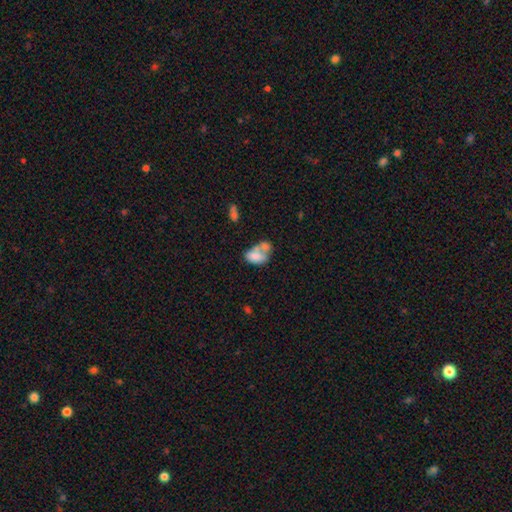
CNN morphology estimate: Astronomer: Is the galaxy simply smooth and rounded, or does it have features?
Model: smooth — 68%.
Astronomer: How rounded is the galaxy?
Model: in between — 86%.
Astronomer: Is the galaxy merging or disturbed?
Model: merger — 57%.